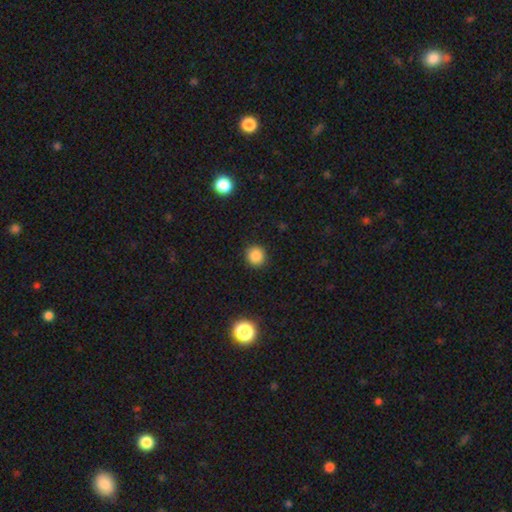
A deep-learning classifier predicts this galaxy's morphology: Smooth or featured?
  - smooth: 85% *
  - star or artifact: 11%
  - featured or disk: 4%
How rounded?
  - round: 88% *
  - in between: 11%
  - cigar-shaped: 1%
Merging?
  - none: 90% *
  - minor disturbance: 7%
  - major disturbance: 2%
  - merger: 1%